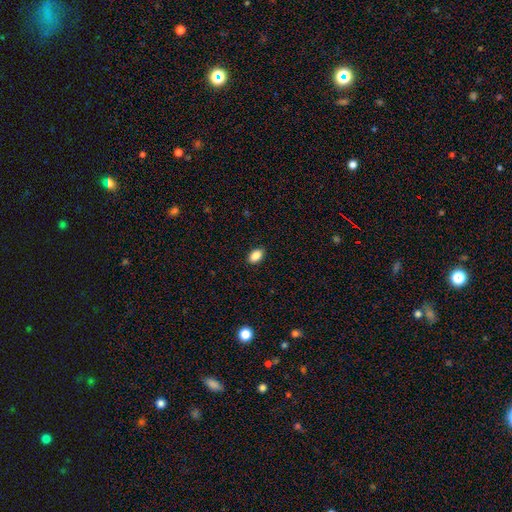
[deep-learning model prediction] Q: Smooth or featured?
A: smooth (89%); runner-up: star or artifact (8%)
Q: How rounded?
A: in between (88%); runner-up: round (10%)
Q: Merging?
A: none (90%); runner-up: minor disturbance (8%)